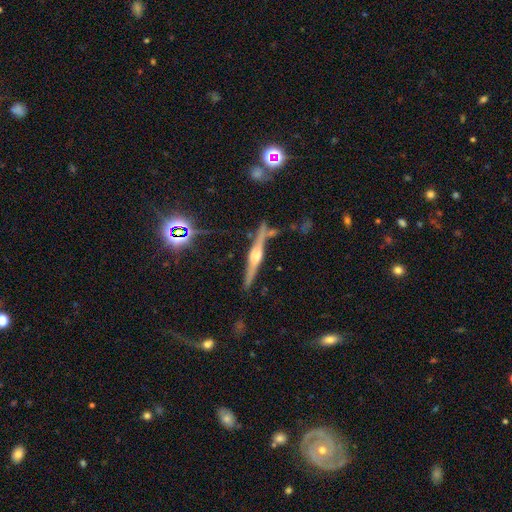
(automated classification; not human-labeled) smooth-or-featured: featured or disk: 80% | smooth: 11% | star or artifact: 9%
  disk-edge-on: yes: 98% | no: 2%
    edge-on-bulge: rounded: 89% | boxy: 8% | none: 3%
  merging: none: 82% | minor disturbance: 11% | merger: 4% | major disturbance: 2%